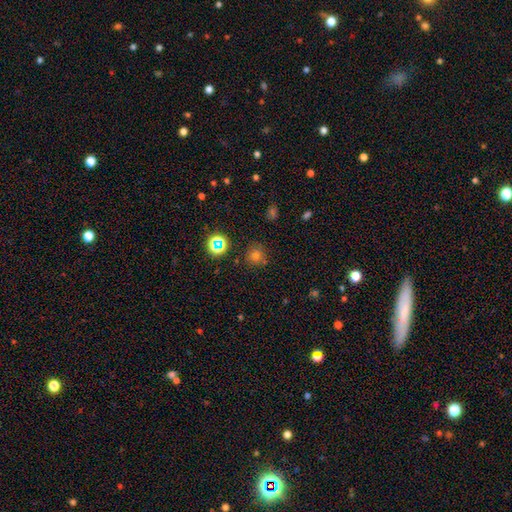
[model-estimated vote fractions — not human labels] Smooth or featured: smooth — 68% (star or artifact — 23%)
How rounded: round — 91% (in between — 8%)
Merging: none — 82% (minor disturbance — 10%)